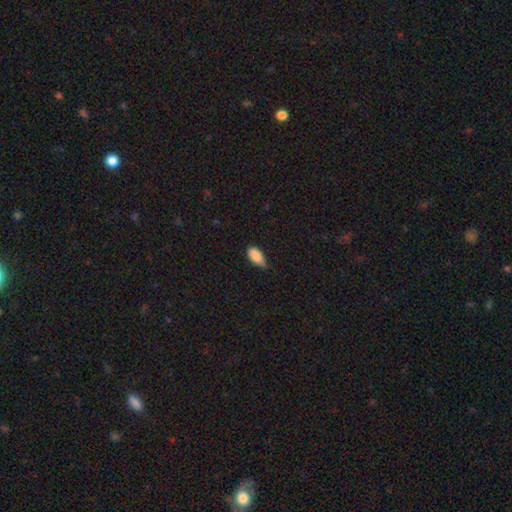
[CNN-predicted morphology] smooth_or_featured: smooth (p=0.89) [alt: star or artifact p=0.07]
how_rounded: in between (p=0.92) [alt: cigar-shaped p=0.05]
merging: none (p=0.51) [alt: minor disturbance p=0.42]